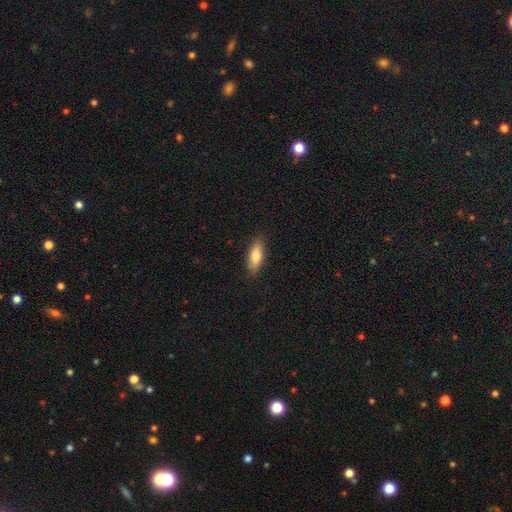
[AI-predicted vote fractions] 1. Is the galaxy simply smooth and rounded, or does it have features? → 77% smooth, 17% featured or disk, 6% star or artifact.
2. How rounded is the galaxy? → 68% in between, 29% cigar-shaped, 2% round.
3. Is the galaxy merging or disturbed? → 86% none, 11% minor disturbance, 2% major disturbance, 1% merger.